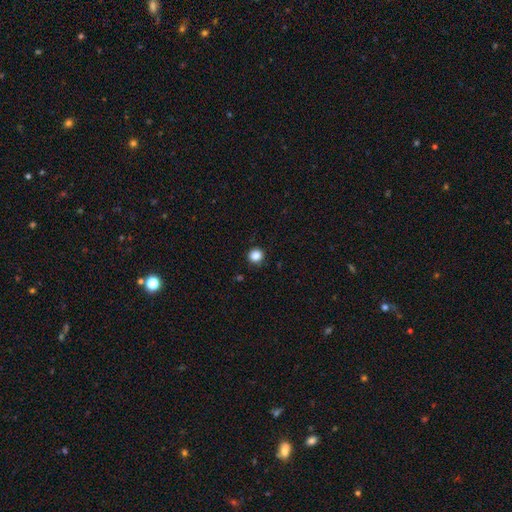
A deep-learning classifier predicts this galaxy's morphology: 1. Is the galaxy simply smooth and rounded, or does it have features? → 86% smooth, 11% star or artifact, 3% featured or disk.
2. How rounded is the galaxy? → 94% round, 5% in between, 1% cigar-shaped.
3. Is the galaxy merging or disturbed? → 91% none, 6% minor disturbance, 2% major disturbance, 1% merger.